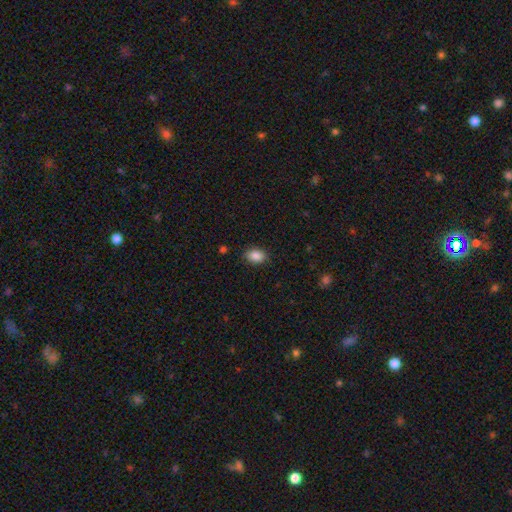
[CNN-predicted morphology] Smooth or featured? Predicted: smooth (p=0.87). How rounded? Predicted: in between (p=0.81). Merging? Predicted: none (p=0.86).